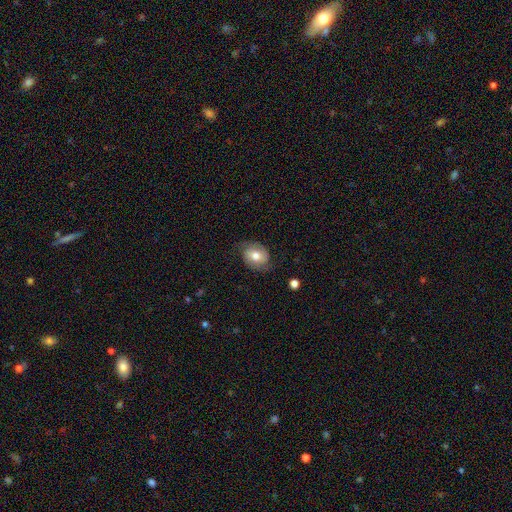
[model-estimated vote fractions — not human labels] Smooth or featured? Predicted: smooth (p=0.50). Merging? Predicted: none (p=0.70).